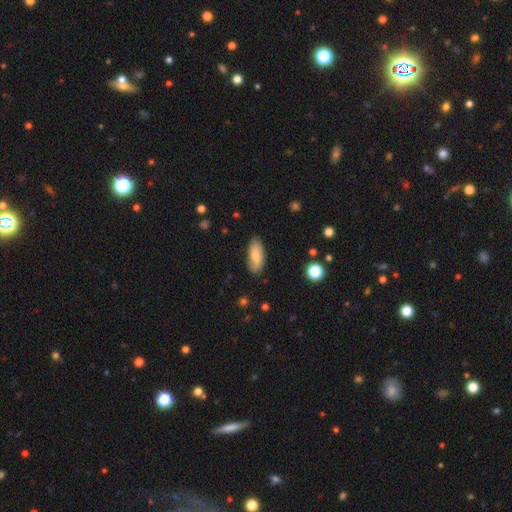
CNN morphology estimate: smooth_or_featured: smooth (p=0.69) [alt: featured or disk p=0.25]
how_rounded: in between (p=0.82) [alt: cigar-shaped p=0.16]
merging: none (p=0.81) [alt: minor disturbance p=0.14]